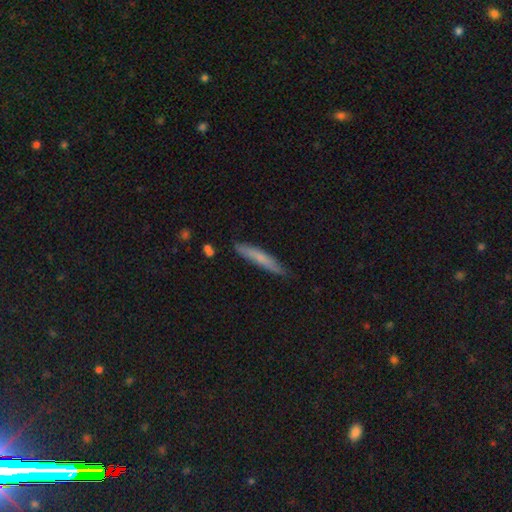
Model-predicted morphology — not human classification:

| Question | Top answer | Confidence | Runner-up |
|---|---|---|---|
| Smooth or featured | smooth | 57% | featured or disk (33%) |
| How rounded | cigar-shaped | 94% | in between (4%) |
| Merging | none | 86% | minor disturbance (10%) |